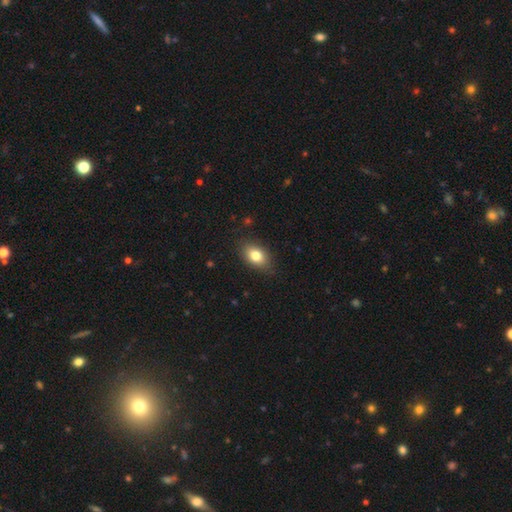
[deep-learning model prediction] Smooth or featured? Predicted: smooth (p=0.80). How rounded? Predicted: in between (p=0.85). Merging? Predicted: none (p=0.83).